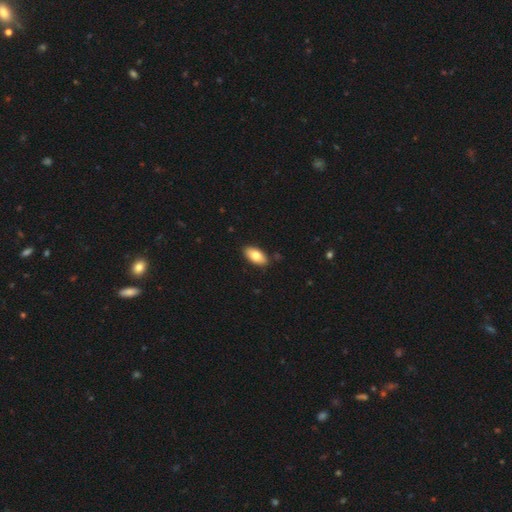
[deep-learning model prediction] Smooth or featured?
  - smooth: 78% *
  - featured or disk: 15%
  - star or artifact: 6%
How rounded?
  - in between: 92% *
  - cigar-shaped: 4%
  - round: 3%
Merging?
  - none: 88% *
  - minor disturbance: 9%
  - major disturbance: 2%
  - merger: 1%